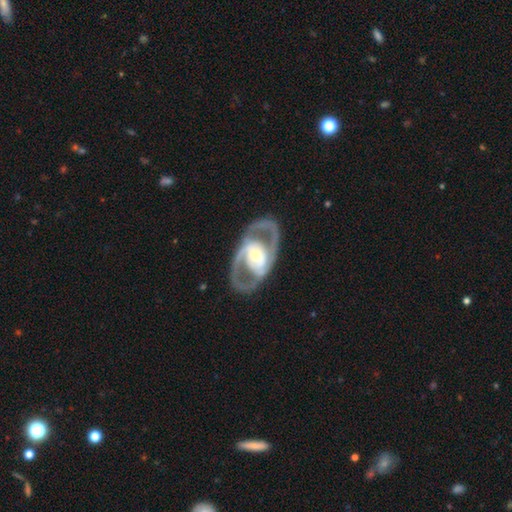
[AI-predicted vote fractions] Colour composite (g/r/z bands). It shows a featured or disk galaxy (87%) with no bar (43%), 2 (89%) medium (56%) spiral arms (87%) and a moderate central bulge (53%). Merging: none (80%).